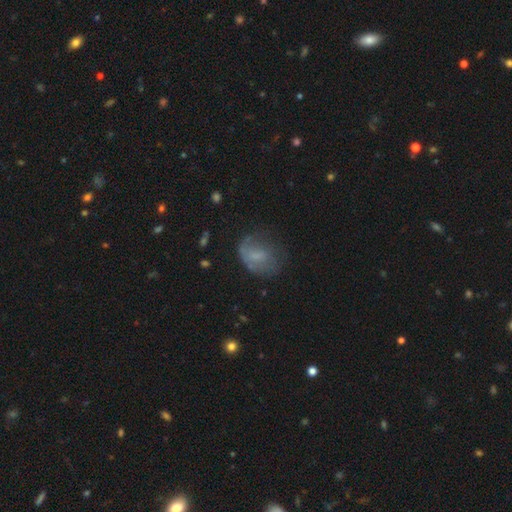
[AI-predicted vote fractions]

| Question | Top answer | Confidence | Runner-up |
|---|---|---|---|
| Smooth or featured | smooth | 52% | featured or disk (37%) |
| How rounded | in between | 65% | round (33%) |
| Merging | none | 43% | minor disturbance (28%) |